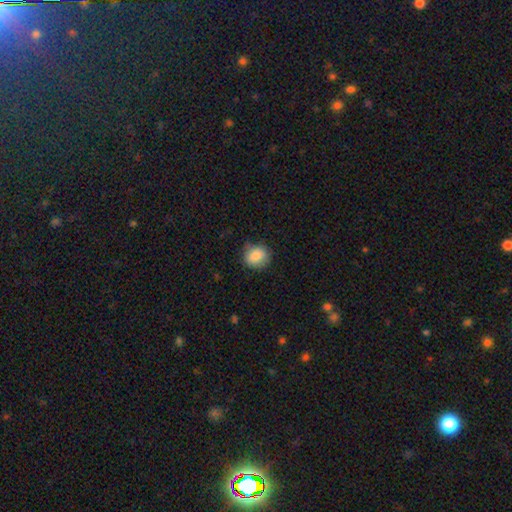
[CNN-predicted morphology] type=smooth (86%); roundness=round (75%); merging=none (77%).